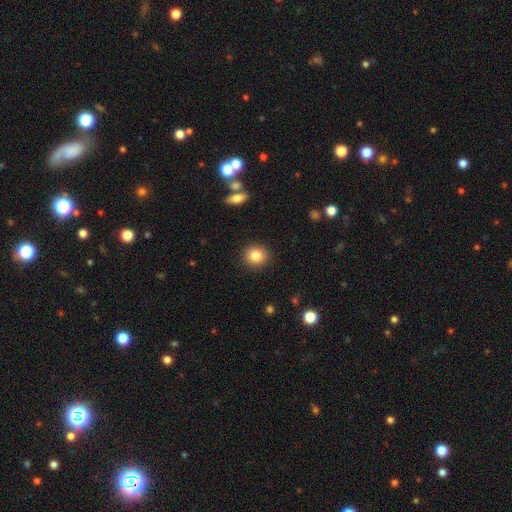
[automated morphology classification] smooth_or_featured: smooth (p=0.84) [alt: star or artifact p=0.10]
how_rounded: round (p=0.84) [alt: in between p=0.15]
merging: none (p=0.91) [alt: minor disturbance p=0.06]